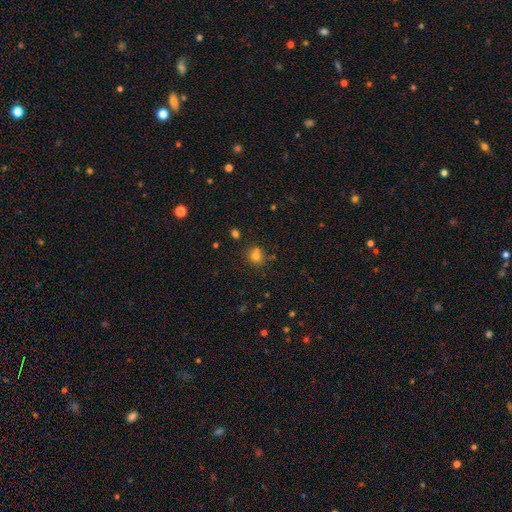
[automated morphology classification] This is likely a smooth galaxy (71%). How rounded: clearly round (84%). Merging: likely none (68%).